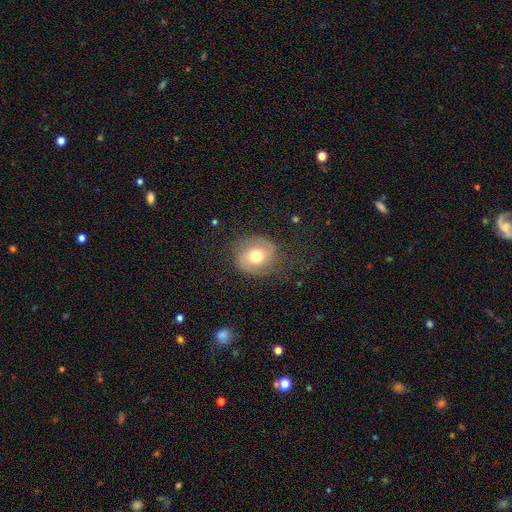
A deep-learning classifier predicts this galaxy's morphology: Overall: featured or disk (62%; smooth 30%). Edge-on disk: no (97%). Bar: no (61%; weak 30%). Spiral arms: yes (85%). Spiral arm count: 2 (86%). Spiral winding: medium (46%; tight 29%). Bulge size: moderate (73%). Merging: none (71%).